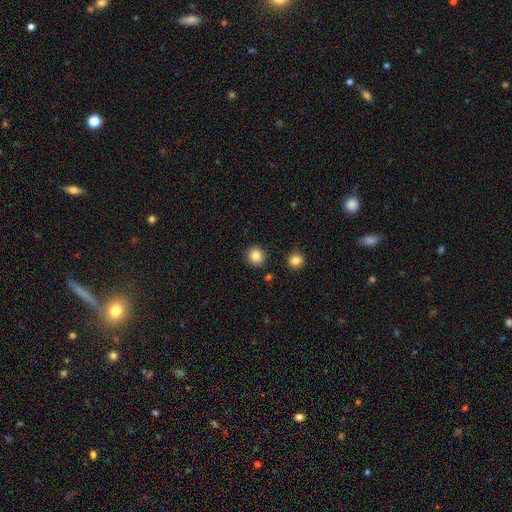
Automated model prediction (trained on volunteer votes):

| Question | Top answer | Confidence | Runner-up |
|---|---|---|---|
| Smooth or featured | smooth | 86% | star or artifact (10%) |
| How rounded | round | 91% | in between (8%) |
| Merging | none | 90% | minor disturbance (6%) |